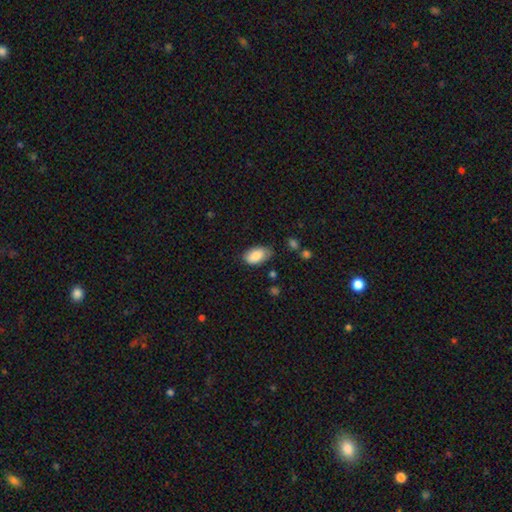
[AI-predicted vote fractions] smooth 85%, featured or disk 8%, star or artifact 7%. Down the decision tree: how rounded — in between (93%); merging — none (66%).